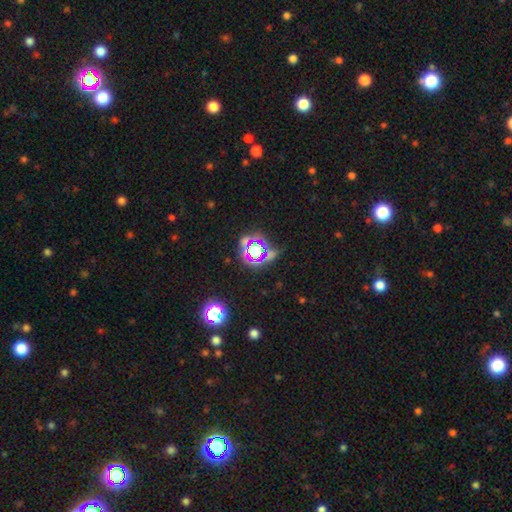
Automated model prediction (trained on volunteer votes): smooth_or_featured: star or artifact (p=0.64) [alt: smooth p=0.24]